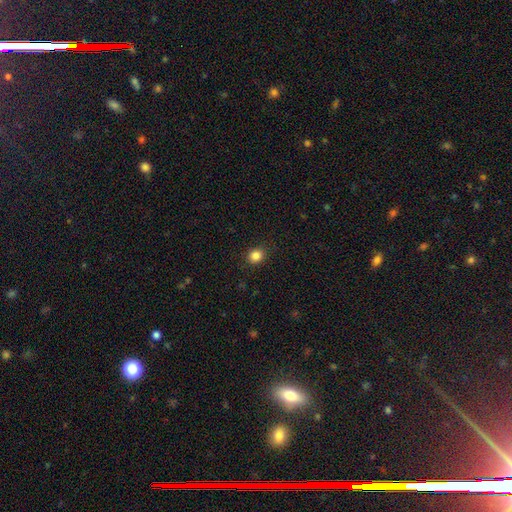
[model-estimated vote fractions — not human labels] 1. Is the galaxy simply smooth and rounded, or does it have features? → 85% smooth, 11% star or artifact, 4% featured or disk.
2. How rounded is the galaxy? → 78% round, 21% in between, 1% cigar-shaped.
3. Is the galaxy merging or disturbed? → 90% none, 7% minor disturbance, 2% major disturbance, 1% merger.